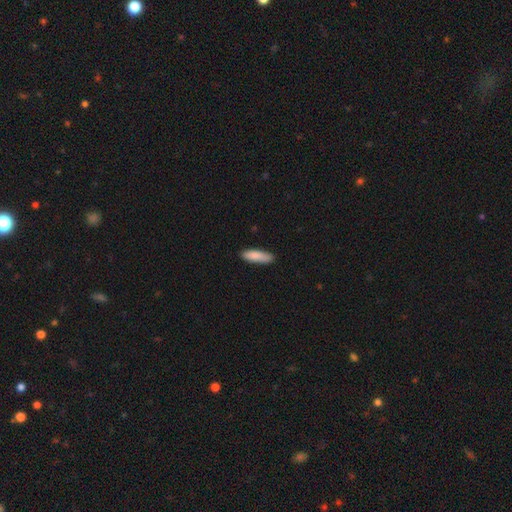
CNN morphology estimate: smooth-or-featured: smooth: 87% | featured or disk: 7% | star or artifact: 6%
  how-rounded: cigar-shaped: 61% | in between: 38% | round: 2%
  merging: none: 85% | minor disturbance: 12% | major disturbance: 2% | merger: 1%